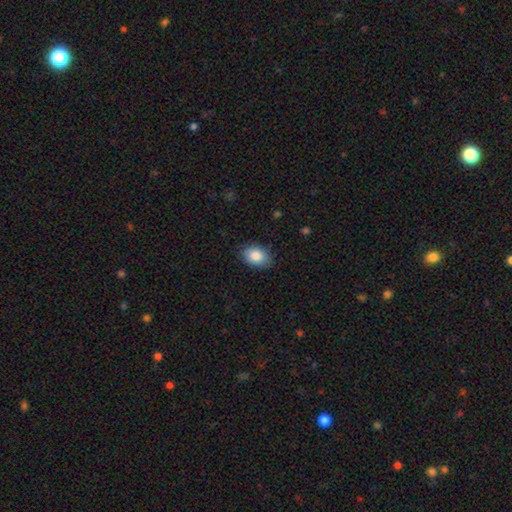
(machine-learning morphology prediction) A smooth galaxy with no disk features (86%) that is in between round and cigar-shaped (85%).

Vote fractions:
- Smooth or featured? smooth: 86% / featured or disk: 7% / star or artifact: 7%
- How rounded? in between: 85% / round: 14% / cigar-shaped: 1%
- Merging? none: 85% / minor disturbance: 12% / major disturbance: 2% / merger: 1%